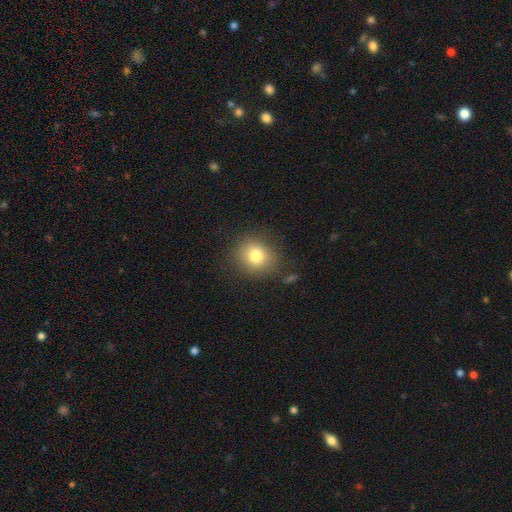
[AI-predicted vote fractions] A smooth galaxy with no disk features (79%) that is round (81%). Merging: none (83%).